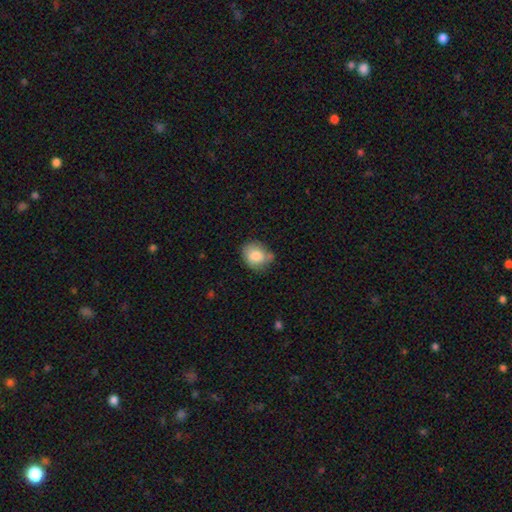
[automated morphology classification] type=smooth (79%); roundness=round (55%); merging=none (59%).